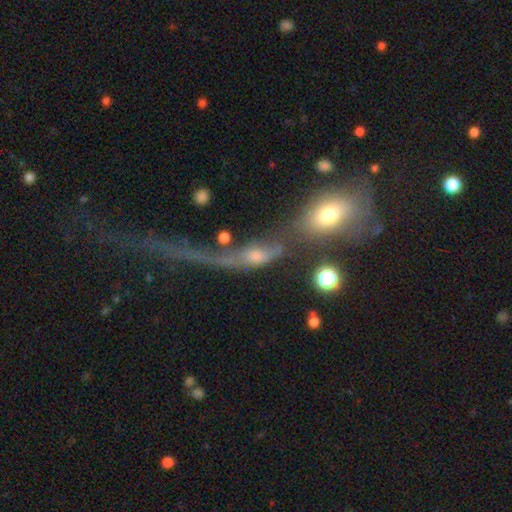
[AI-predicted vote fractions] Smooth or featured? Predicted: smooth (p=0.43). Merging? Predicted: merger (p=0.39).